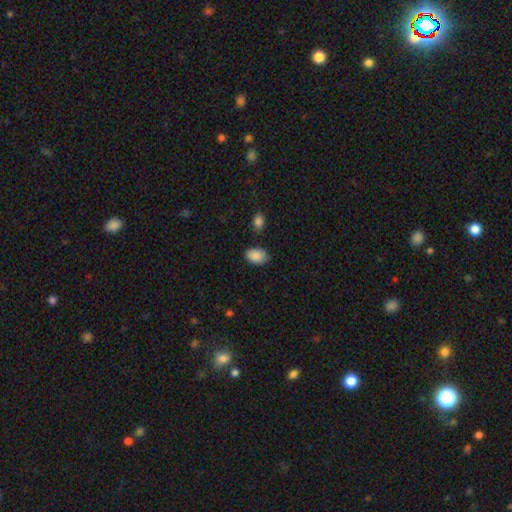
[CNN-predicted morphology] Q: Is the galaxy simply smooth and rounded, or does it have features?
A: smooth — 88%.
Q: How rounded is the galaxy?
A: in between — 86%.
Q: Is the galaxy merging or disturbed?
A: none — 74%.